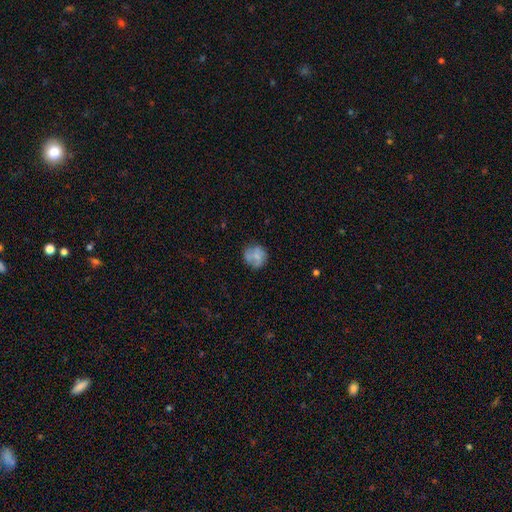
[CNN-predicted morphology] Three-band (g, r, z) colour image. It shows a smooth galaxy with no disk features (60%) that is round (83%). Merging: none (65%).